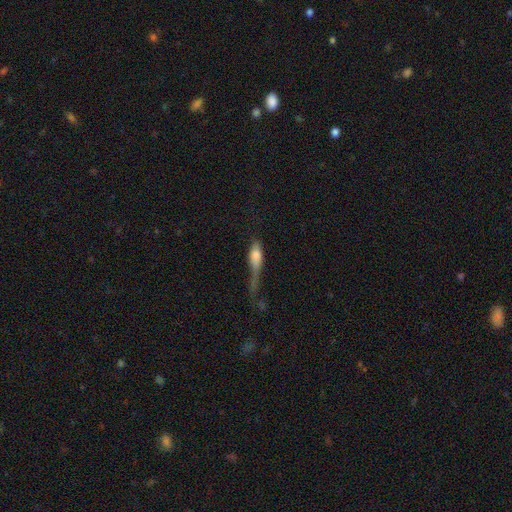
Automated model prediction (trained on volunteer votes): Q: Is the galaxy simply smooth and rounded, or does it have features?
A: smooth — 65%.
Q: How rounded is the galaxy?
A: in between — 57%.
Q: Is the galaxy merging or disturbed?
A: major disturbance — 45%.